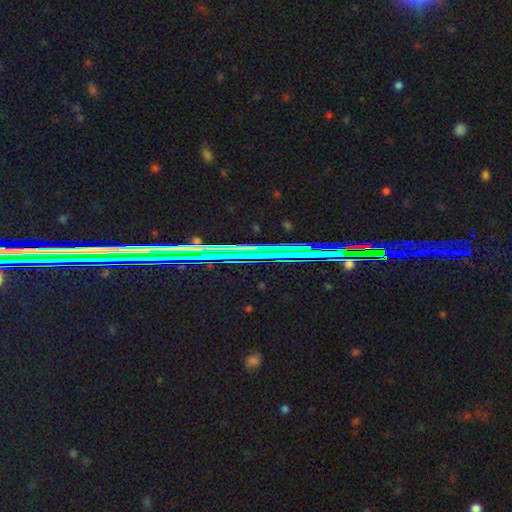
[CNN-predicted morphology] This is likely a star or artifact rather than a galaxy (67%).